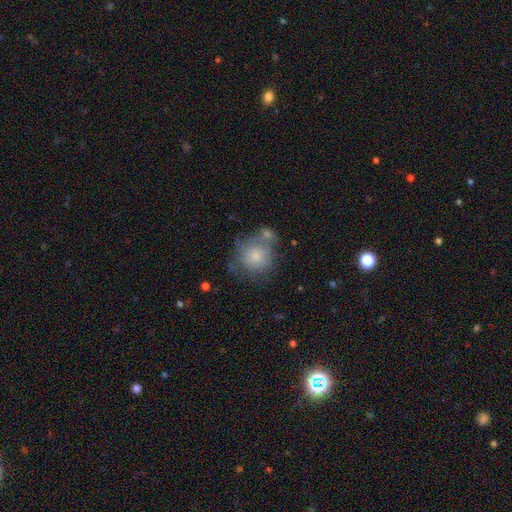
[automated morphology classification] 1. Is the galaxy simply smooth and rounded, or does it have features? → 72% smooth, 21% featured or disk, 8% star or artifact.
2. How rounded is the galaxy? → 85% round, 14% in between, 1% cigar-shaped.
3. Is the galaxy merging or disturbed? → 44% none, 22% merger, 22% minor disturbance, 12% major disturbance.